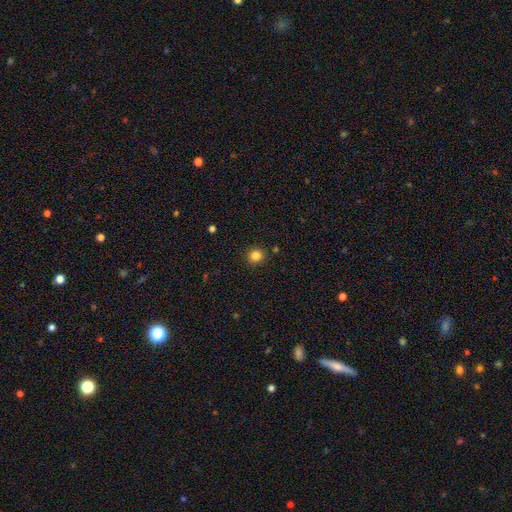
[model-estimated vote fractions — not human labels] smooth_or_featured: smooth (p=0.84) [alt: star or artifact p=0.12]
how_rounded: round (p=0.93) [alt: in between p=0.06]
merging: none (p=0.91) [alt: minor disturbance p=0.06]